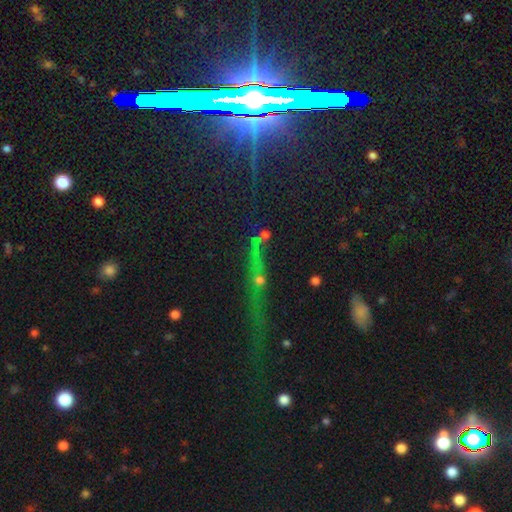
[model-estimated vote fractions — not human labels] A star or artifact, not a galaxy (59%).